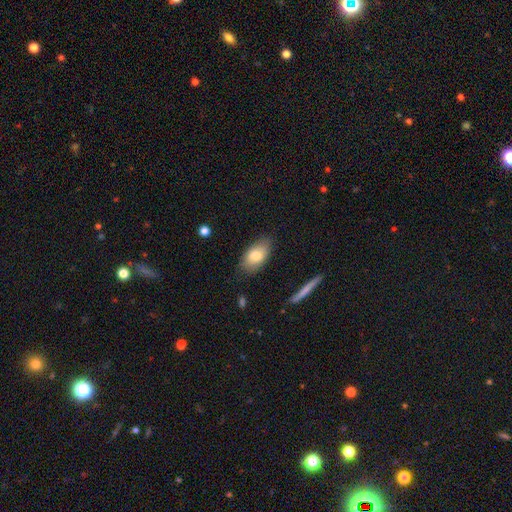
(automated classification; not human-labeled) smooth-or-featured: smooth: 76% | featured or disk: 17% | star or artifact: 7%
  how-rounded: in between: 91% | round: 6% | cigar-shaped: 3%
  merging: none: 79% | minor disturbance: 16% | major disturbance: 3% | merger: 2%